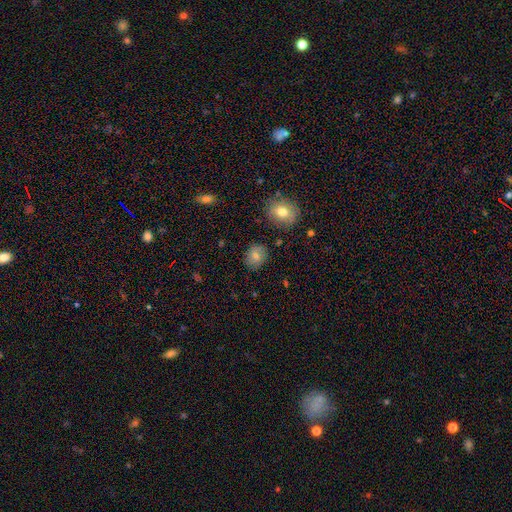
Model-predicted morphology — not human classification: This is likely a smooth galaxy (79%). How rounded: possibly round (58%). Merging: clearly none (83%).